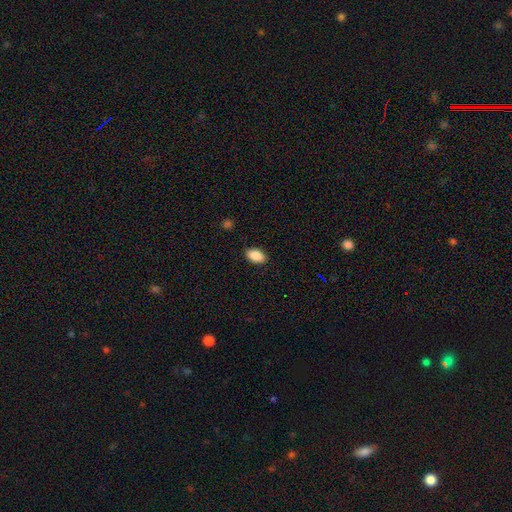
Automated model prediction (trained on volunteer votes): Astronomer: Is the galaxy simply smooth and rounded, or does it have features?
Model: smooth — 89%.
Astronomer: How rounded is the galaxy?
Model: in between — 92%.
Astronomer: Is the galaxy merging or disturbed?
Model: none — 87%.